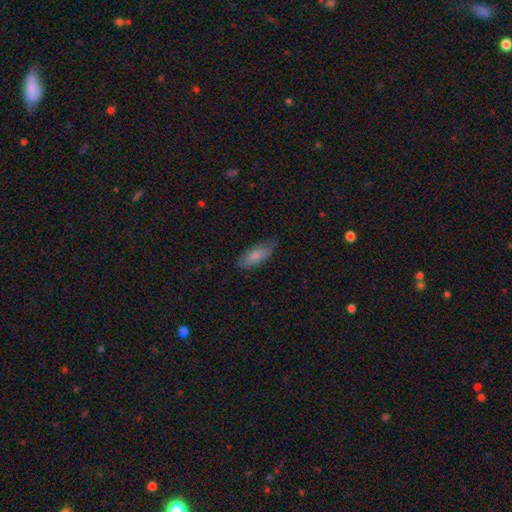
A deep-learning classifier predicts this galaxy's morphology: Overall: smooth (80%). How rounded: in between (78%). Merging: none (77%).